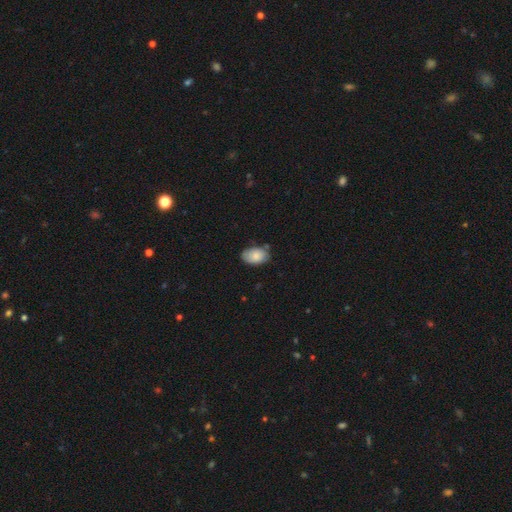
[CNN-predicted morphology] Overall: smooth (83%). How rounded: in between (90%). Merging: none (70%).